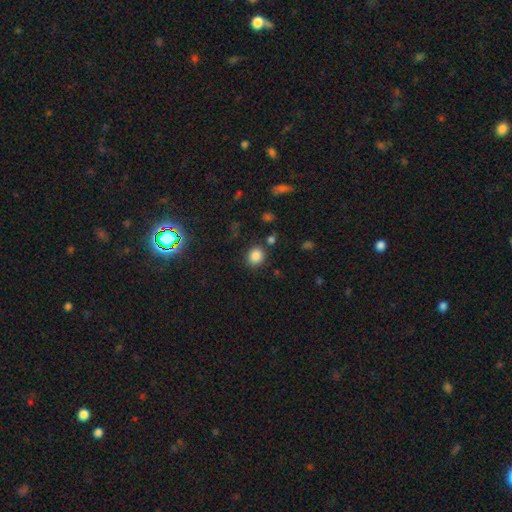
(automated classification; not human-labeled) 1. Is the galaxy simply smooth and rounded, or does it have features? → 84% smooth, 12% star or artifact, 4% featured or disk.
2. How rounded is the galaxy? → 78% round, 21% in between, 1% cigar-shaped.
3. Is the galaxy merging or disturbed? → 83% none, 9% minor disturbance, 4% merger, 3% major disturbance.